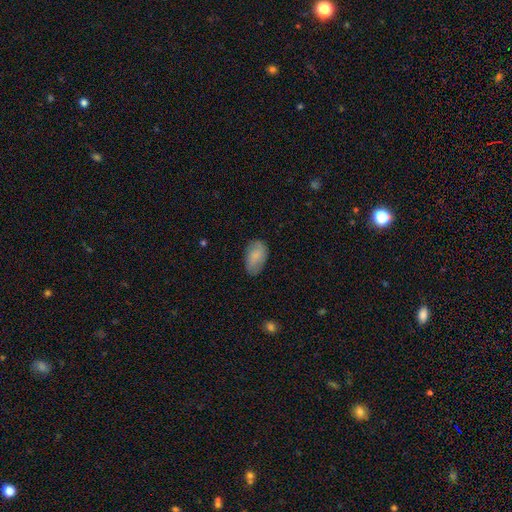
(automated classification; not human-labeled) This appears to be a smooth galaxy with no disk features (79%) that is in between round and cigar-shaped (93%). Merging: none (75%).